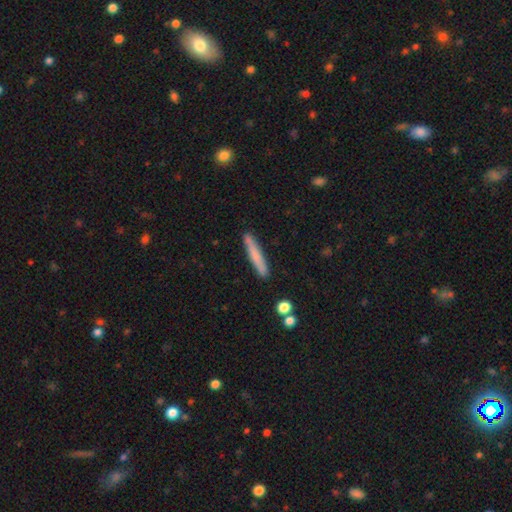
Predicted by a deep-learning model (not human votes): Smooth or featured? smooth (71%)
How rounded? cigar-shaped (95%)
Merging? none (87%)